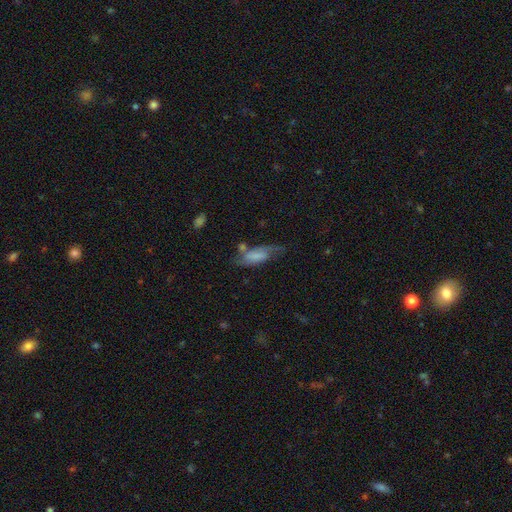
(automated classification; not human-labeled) smooth 55%, featured or disk 37%, star or artifact 8%. Down the decision tree: how rounded — in between (71%); merging — none (40%).